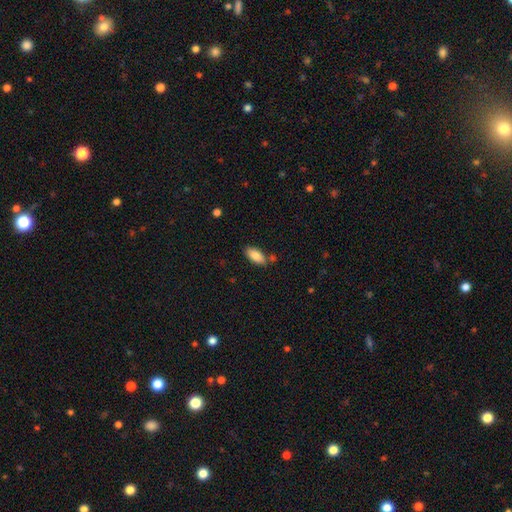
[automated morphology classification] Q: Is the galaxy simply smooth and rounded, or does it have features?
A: smooth — 85%.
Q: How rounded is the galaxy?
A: in between — 88%.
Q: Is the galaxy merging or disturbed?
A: none — 76%.